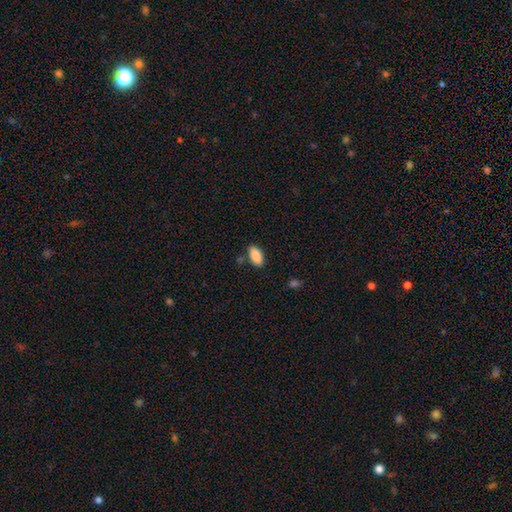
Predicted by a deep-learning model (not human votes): Morphology: type=smooth (86%); roundness=in between (93%); merging=none (82%).